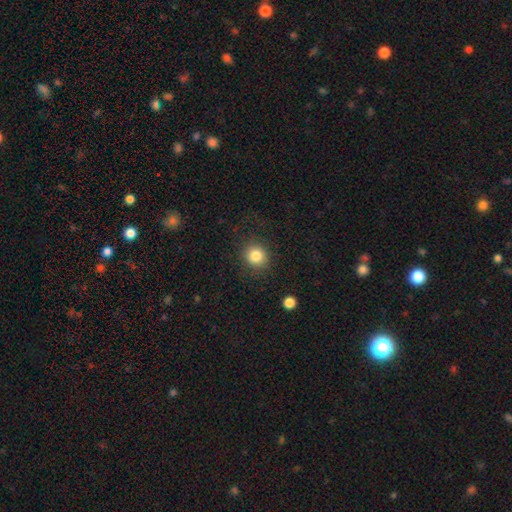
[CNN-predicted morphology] type=smooth (83%); roundness=round (87%); merging=none (87%).